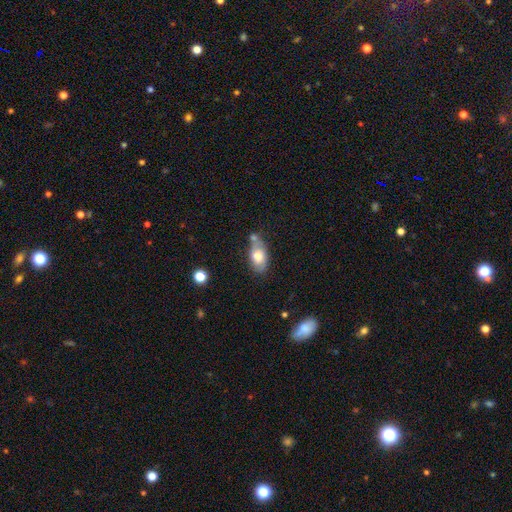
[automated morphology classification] A smooth galaxy with no disk features (68%) that is in between round and cigar-shaped (89%). Merging: none (49%).